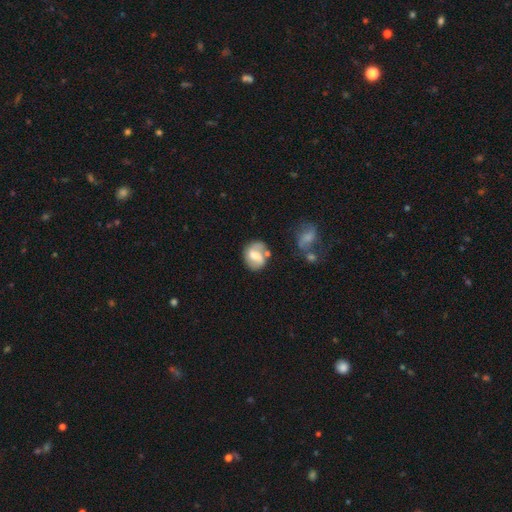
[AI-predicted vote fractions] Morphology: type=featured or disk (60%); edge-on=no (97%); bar=weak (48%); spiral arms=yes (82%); bulge=moderate (51%); merging=none (63%).